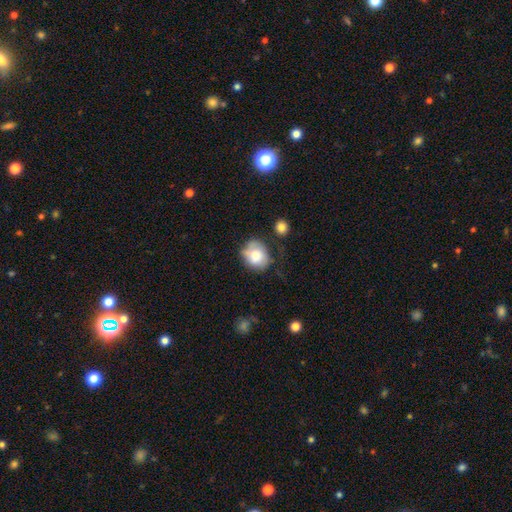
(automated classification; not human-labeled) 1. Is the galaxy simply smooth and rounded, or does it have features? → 76% smooth, 16% featured or disk, 8% star or artifact.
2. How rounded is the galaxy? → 63% round, 37% in between, 1% cigar-shaped.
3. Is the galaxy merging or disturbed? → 52% none, 30% minor disturbance, 11% major disturbance, 7% merger.